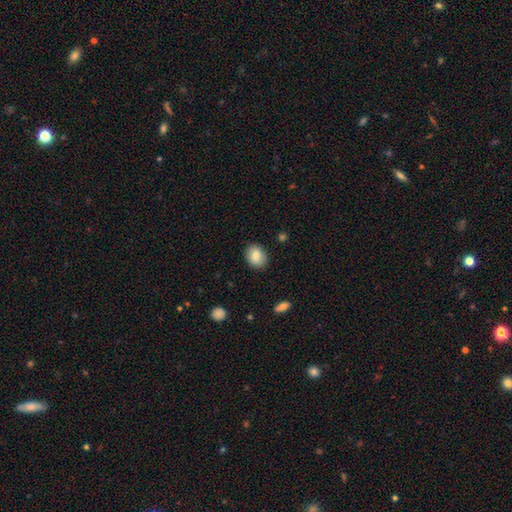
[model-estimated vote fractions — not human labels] Smooth or featured? Predicted: smooth (p=0.81). How rounded? Predicted: in between (p=0.52). Merging? Predicted: none (p=0.87).